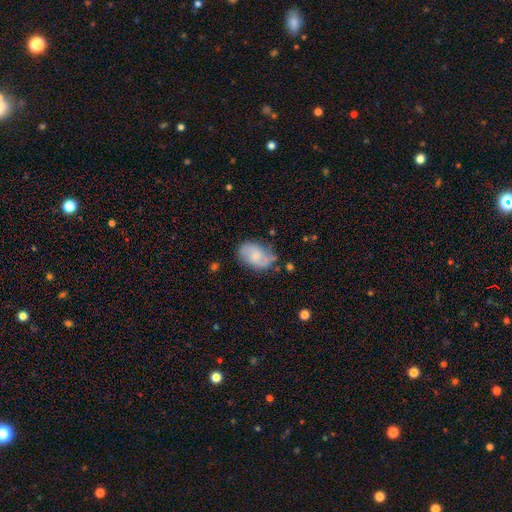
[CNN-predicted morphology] The model was most divided on "smooth or featured": smooth: 50%, featured or disk: 43%, star or artifact: 7%. More confident: how rounded — in between (88%); merging — none (66%).